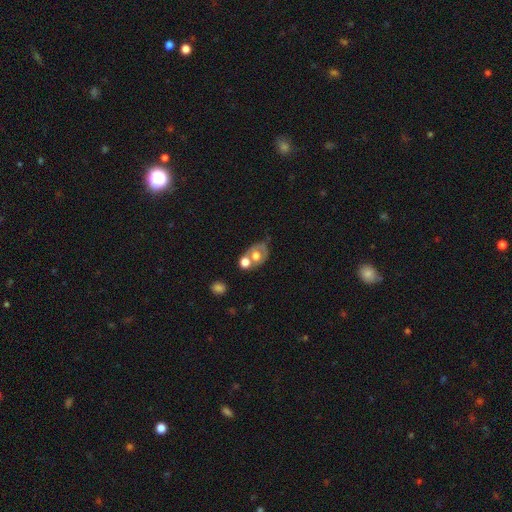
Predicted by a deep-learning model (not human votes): This is possibly a smooth galaxy (52%). How rounded: likely in between (63%). Merging: marginally merger (45%).